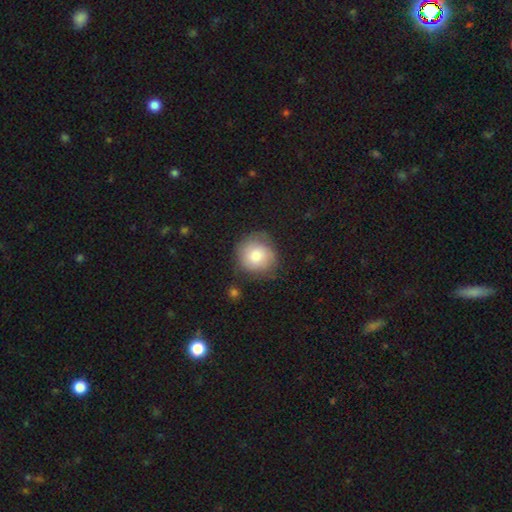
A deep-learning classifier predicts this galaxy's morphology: smooth-or-featured: smooth: 73% | featured or disk: 20% | star or artifact: 7%
  how-rounded: round: 87% | in between: 12% | cigar-shaped: 1%
  merging: none: 65% | minor disturbance: 24% | major disturbance: 8% | merger: 2%